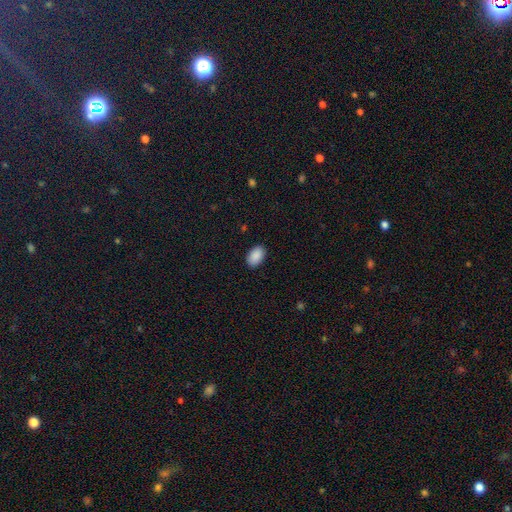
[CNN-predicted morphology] Overall: smooth (90%). How rounded: in between (93%). Merging: none (89%).